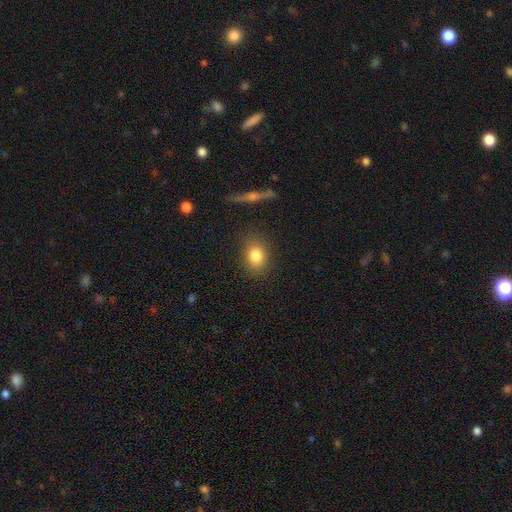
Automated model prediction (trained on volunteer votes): This appears to be a smooth galaxy with no disk features (81%) that is in between round and cigar-shaped (52%). Merging: none (83%).